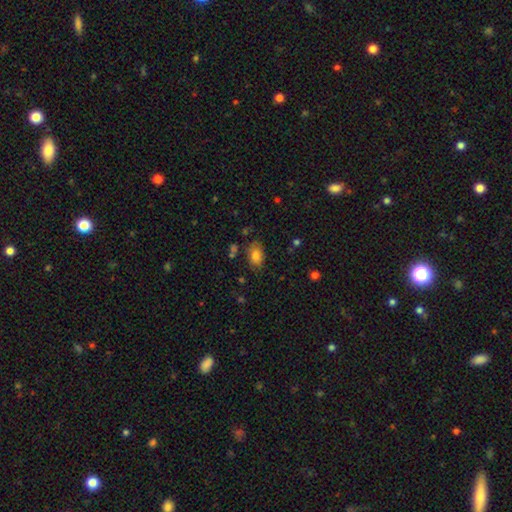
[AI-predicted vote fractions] This is clearly a smooth galaxy (80%). How rounded: clearly in between (85%). Merging: likely none (75%).